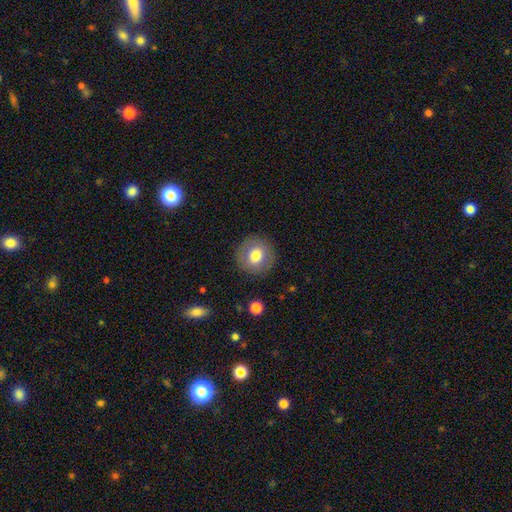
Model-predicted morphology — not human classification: The model was most divided on "smooth or featured": smooth: 73%, featured or disk: 18%, star or artifact: 9%. More confident: how rounded — round (92%); merging — none (88%).